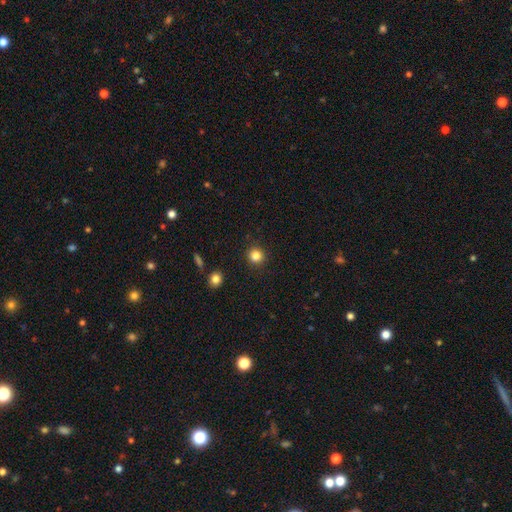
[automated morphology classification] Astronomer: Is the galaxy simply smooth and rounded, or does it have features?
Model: smooth — 84%.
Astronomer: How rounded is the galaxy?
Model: round — 92%.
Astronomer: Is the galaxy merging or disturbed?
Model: none — 90%.